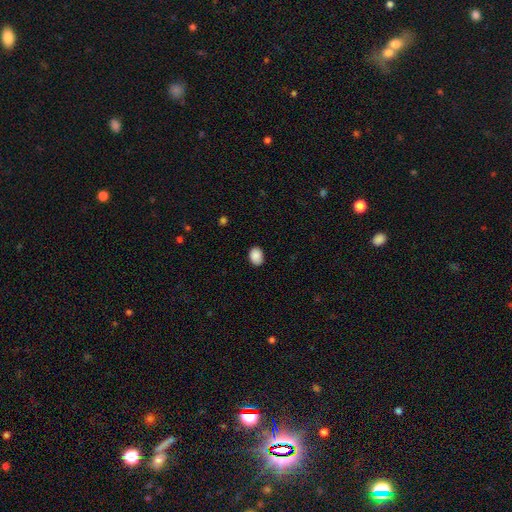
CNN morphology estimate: smooth-or-featured: smooth: 89% | star or artifact: 8% | featured or disk: 4%
  how-rounded: in between: 72% | round: 27% | cigar-shaped: 1%
  merging: none: 85% | minor disturbance: 12% | major disturbance: 2% | merger: 1%